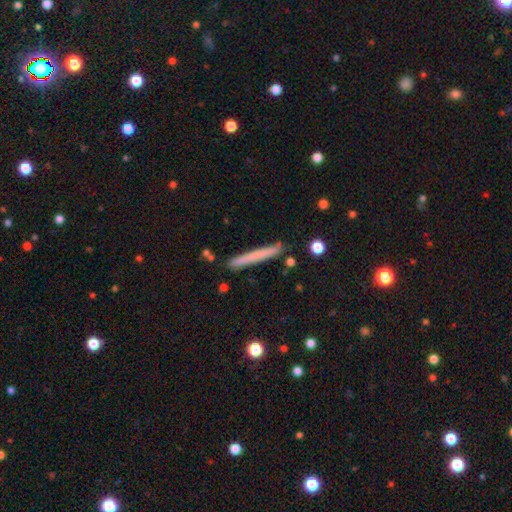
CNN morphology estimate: Overall: smooth (66%; featured or disk 28%). How rounded: cigar-shaped (97%). Merging: none (87%).